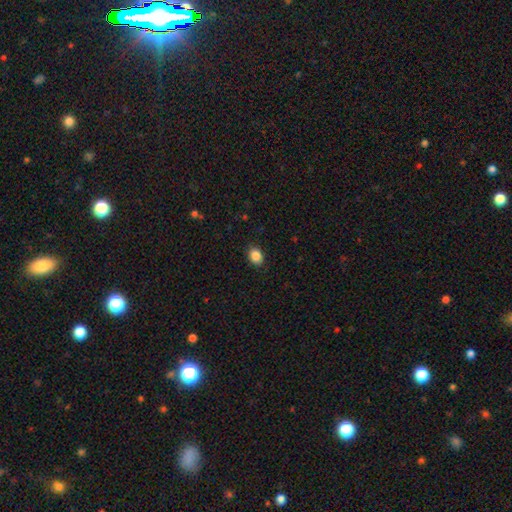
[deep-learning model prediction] Smooth or featured? Predicted: smooth (p=0.87). How rounded? Predicted: in between (p=0.67). Merging? Predicted: none (p=0.88).